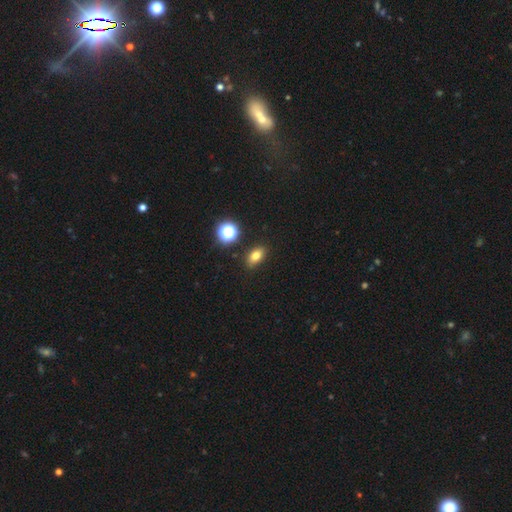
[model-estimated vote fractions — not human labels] This appears to be a smooth galaxy with no disk features (77%) that is in between round and cigar-shaped (80%). Merging: none (86%).